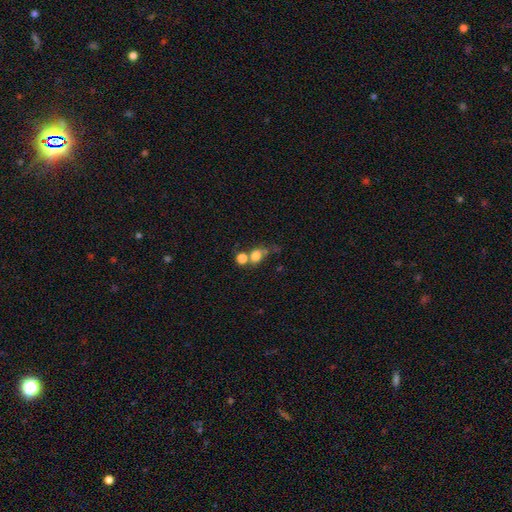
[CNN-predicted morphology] A smooth galaxy with no disk features (76%) that is round (61%).

Vote fractions:
- Smooth or featured? smooth: 76% / star or artifact: 13% / featured or disk: 11%
- How rounded? round: 61% / in between: 37% / cigar-shaped: 2%
- Merging? merger: 45% / none: 37% / minor disturbance: 10% / major disturbance: 7%